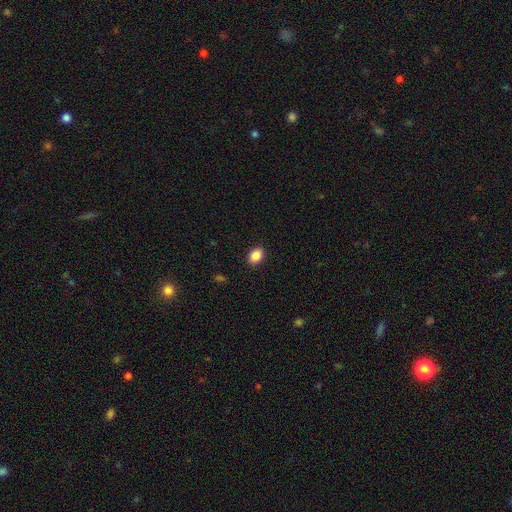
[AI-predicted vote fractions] The model was most divided on "how rounded": in between: 77%, round: 22%, cigar-shaped: 1%. More confident: merging — none (89%); smooth or featured — smooth (88%).